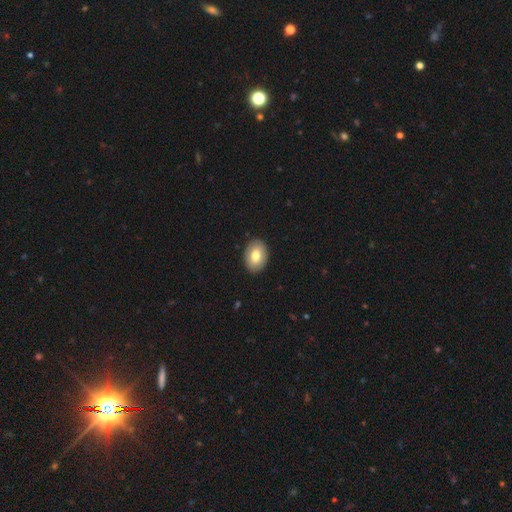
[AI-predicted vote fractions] Smooth or featured? smooth (76%)
How rounded? in between (80%)
Merging? none (90%)